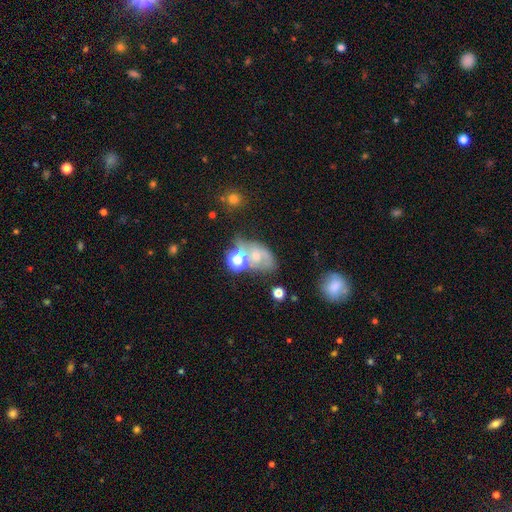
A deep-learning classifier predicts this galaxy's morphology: Overall: featured or disk (38%; smooth 36%). Merging: none (40%; merger 27%).